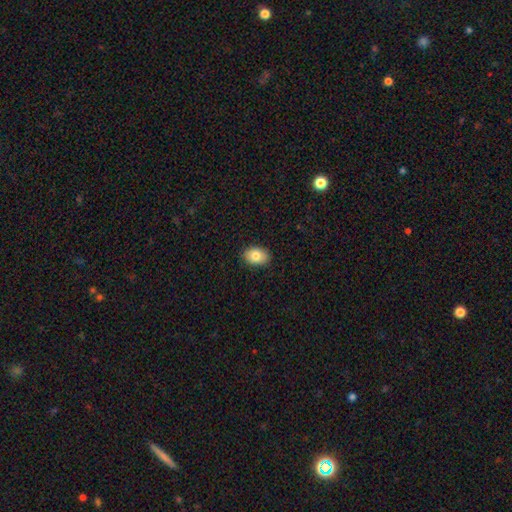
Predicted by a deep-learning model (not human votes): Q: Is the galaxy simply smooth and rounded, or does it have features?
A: smooth — 82%.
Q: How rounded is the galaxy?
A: in between — 79%.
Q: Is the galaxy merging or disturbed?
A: none — 89%.